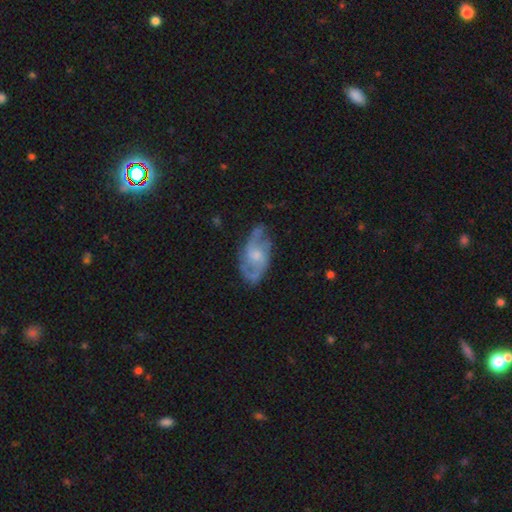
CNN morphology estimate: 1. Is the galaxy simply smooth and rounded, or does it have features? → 80% featured or disk, 14% smooth, 6% star or artifact.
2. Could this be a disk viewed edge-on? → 95% no, 5% yes.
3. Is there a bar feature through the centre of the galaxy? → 59% no, 36% weak, 5% strong.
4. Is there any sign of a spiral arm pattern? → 92% yes, 8% no.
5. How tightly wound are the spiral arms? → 51% medium, 28% loose, 22% tight.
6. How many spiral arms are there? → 69% 2, 13% can't tell, 10% 3, 3% 1, 3% 4, 2% more than 4.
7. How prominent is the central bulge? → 45% moderate, 41% small, 8% none, 5% large, 1% dominant.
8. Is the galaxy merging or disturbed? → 69% none, 21% minor disturbance, 9% major disturbance, 2% merger.